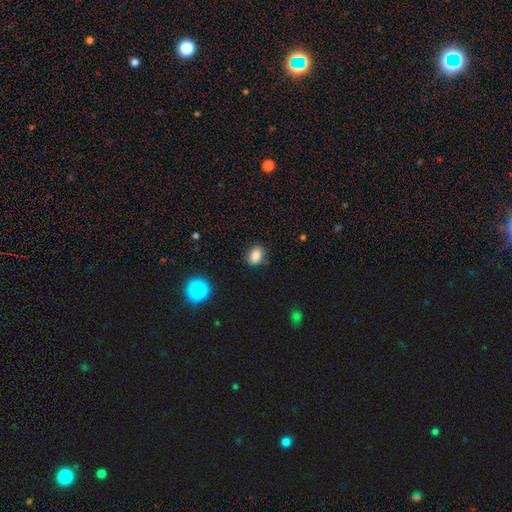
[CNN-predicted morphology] smooth 85%, star or artifact 10%, featured or disk 4%. Down the decision tree: how rounded — in between (70%); merging — none (81%).